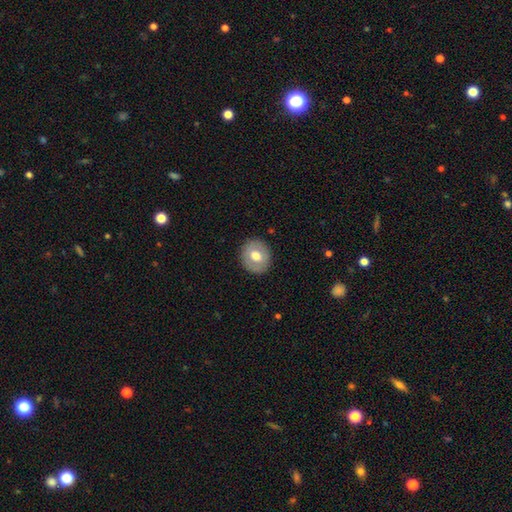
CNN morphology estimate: Smooth or featured? Predicted: smooth (p=0.65). How rounded? Predicted: round (p=0.72). Merging? Predicted: none (p=0.88).